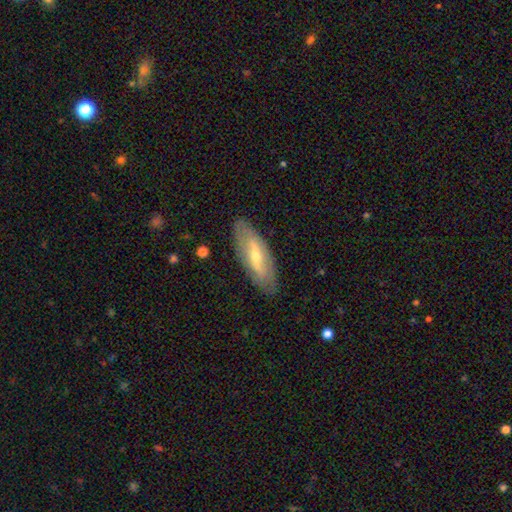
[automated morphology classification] type=featured or disk (62%); edge-on=no (71%); merging=none (85%).